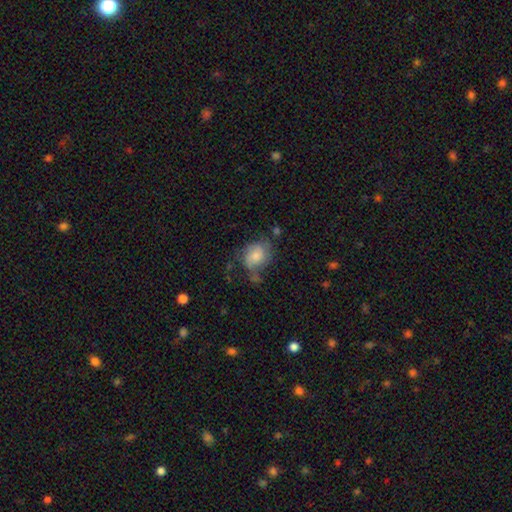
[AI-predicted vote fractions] A smooth galaxy with no disk features (68%) that is in between round and cigar-shaped (56%).

Vote fractions:
- Smooth or featured? smooth: 68% / featured or disk: 23% / star or artifact: 8%
- How rounded? in between: 56% / round: 43% / cigar-shaped: 1%
- Merging? none: 44% / minor disturbance: 30% / major disturbance: 19% / merger: 7%